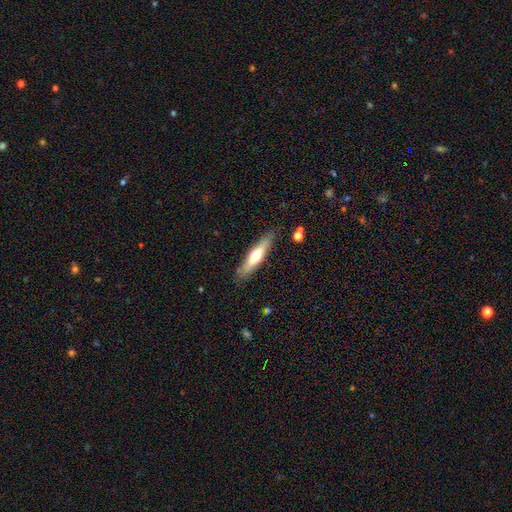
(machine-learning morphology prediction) A smooth galaxy with no disk features (48%). Merging: none (85%).